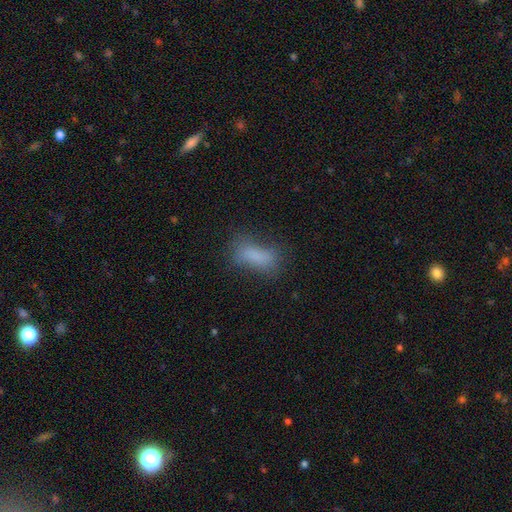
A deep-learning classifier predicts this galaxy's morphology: smooth 78%, star or artifact 11%, featured or disk 11%. Down the decision tree: how rounded — in between (77%); merging — none (61%).